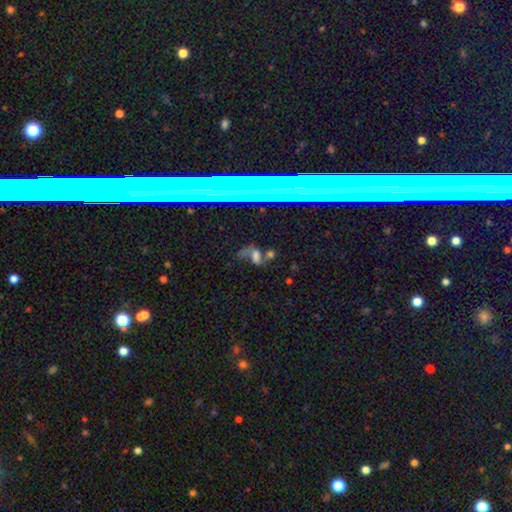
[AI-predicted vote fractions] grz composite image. It shows a featured or disk galaxy (38%). Merging: none (41%).